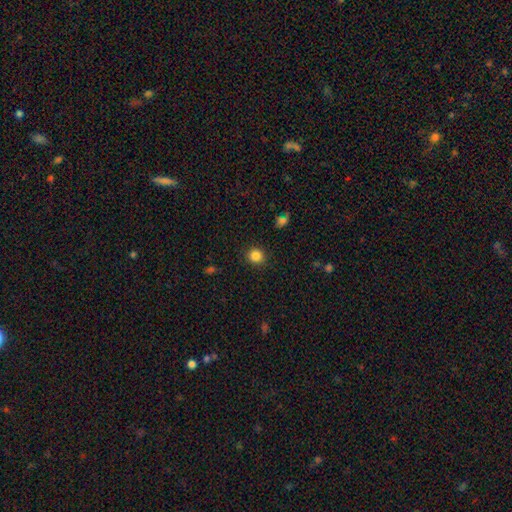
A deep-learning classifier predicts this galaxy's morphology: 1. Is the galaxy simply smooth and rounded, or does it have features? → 85% smooth, 11% star or artifact, 4% featured or disk.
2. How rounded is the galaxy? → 88% round, 11% in between, 1% cigar-shaped.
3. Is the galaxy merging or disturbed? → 91% none, 6% minor disturbance, 2% major disturbance, 1% merger.